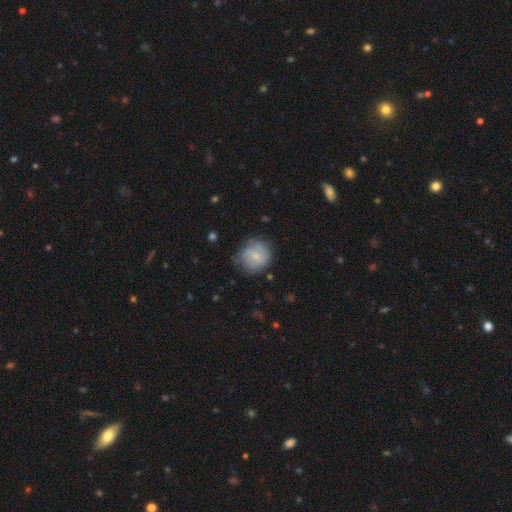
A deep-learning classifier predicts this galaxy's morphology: This is possibly a smooth galaxy (58%). How rounded: clearly round (87%). Merging: likely none (66%).